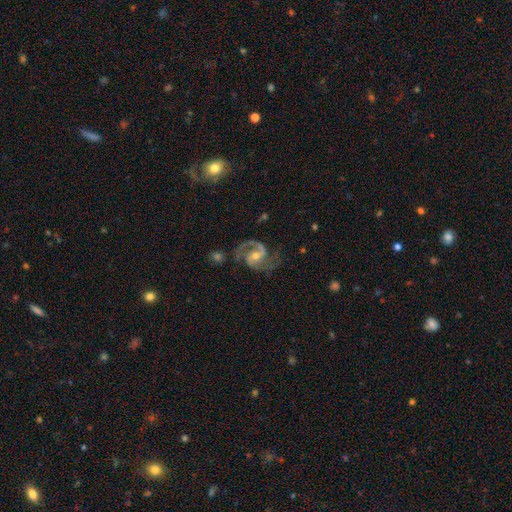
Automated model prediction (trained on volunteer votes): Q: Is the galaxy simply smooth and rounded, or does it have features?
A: featured or disk — 92%.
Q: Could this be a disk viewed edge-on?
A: no — 98%.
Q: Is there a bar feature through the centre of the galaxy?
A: weak — 44%.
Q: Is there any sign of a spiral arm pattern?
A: yes — 98%.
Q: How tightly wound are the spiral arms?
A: medium — 62%.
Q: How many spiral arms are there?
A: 2 — 91%.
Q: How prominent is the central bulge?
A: moderate — 58%.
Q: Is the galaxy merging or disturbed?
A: none — 71%.